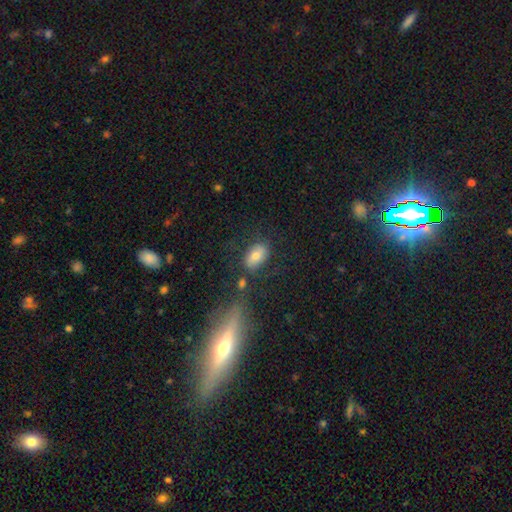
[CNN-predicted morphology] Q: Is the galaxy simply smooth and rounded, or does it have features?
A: smooth — 69%.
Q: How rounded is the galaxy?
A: in between — 86%.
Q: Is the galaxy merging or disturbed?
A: none — 68%.